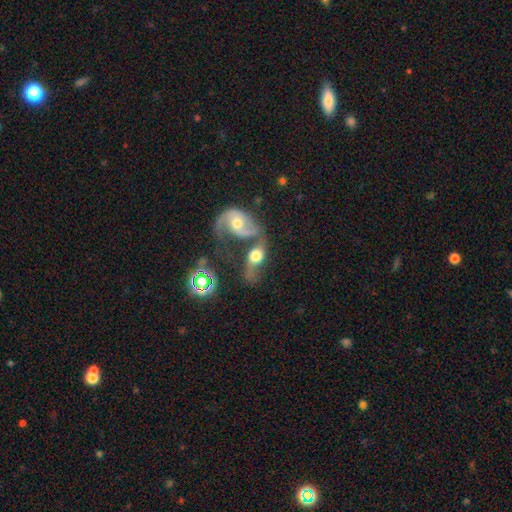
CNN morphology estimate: Smooth or featured? Predicted: featured or disk (p=0.56). Edge-on disk? Predicted: no (p=0.88). Merging? Predicted: merger (p=0.59).